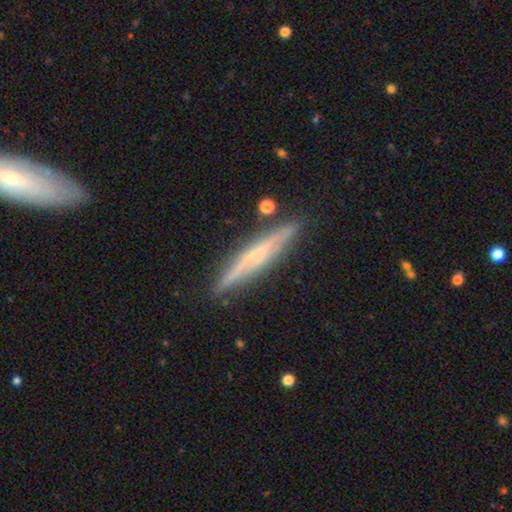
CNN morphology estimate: Q: Smooth or featured?
A: featured or disk (67%); runner-up: smooth (27%)
Q: Edge-on disk?
A: yes (96%); runner-up: no (4%)
Q: Edge-on bulge?
A: none (45%); runner-up: rounded (42%)
Q: Merging?
A: none (86%); runner-up: minor disturbance (9%)